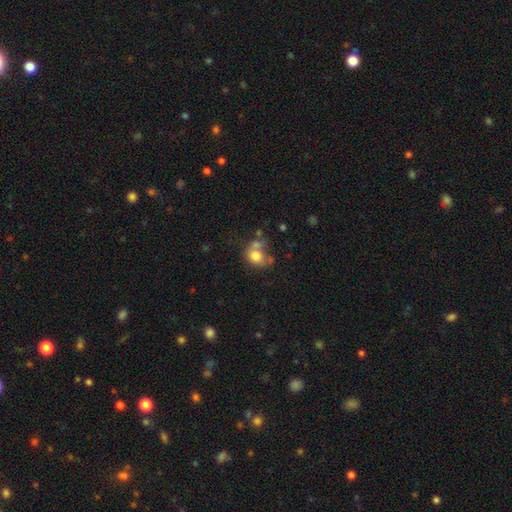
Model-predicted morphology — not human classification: Smooth or featured?
  - smooth: 73% *
  - featured or disk: 16%
  - star or artifact: 11%
How rounded?
  - round: 59% *
  - in between: 40%
  - cigar-shaped: 1%
Merging?
  - none: 37% *
  - merger: 34%
  - minor disturbance: 17%
  - major disturbance: 12%